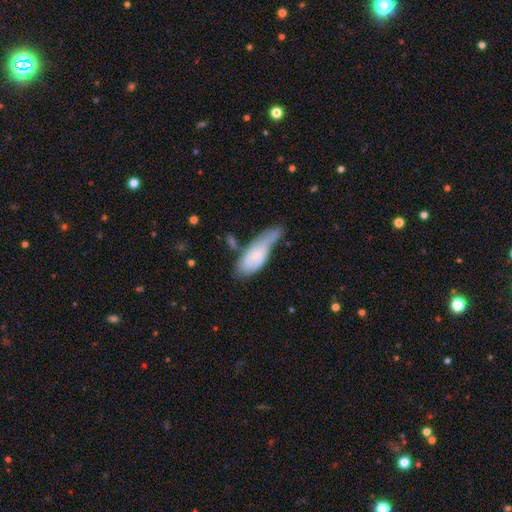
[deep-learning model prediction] Q: Smooth or featured?
A: smooth (68%); runner-up: featured or disk (25%)
Q: How rounded?
A: in between (72%); runner-up: cigar-shaped (25%)
Q: Merging?
A: minor disturbance (35%); runner-up: major disturbance (27%)